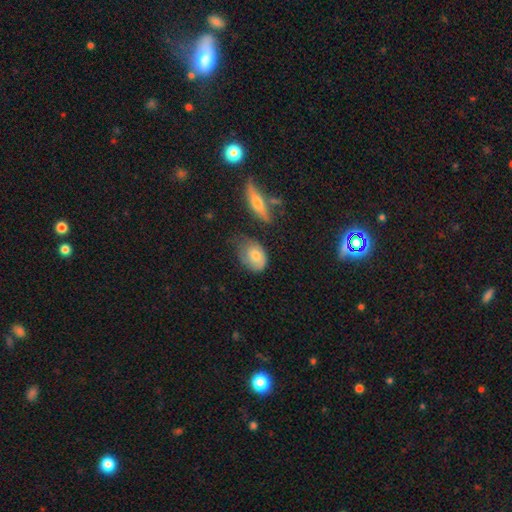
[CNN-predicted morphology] Smooth or featured: smooth — 69% (featured or disk — 24%)
How rounded: in between — 77% (round — 20%)
Merging: minor disturbance — 39% (none — 38%)